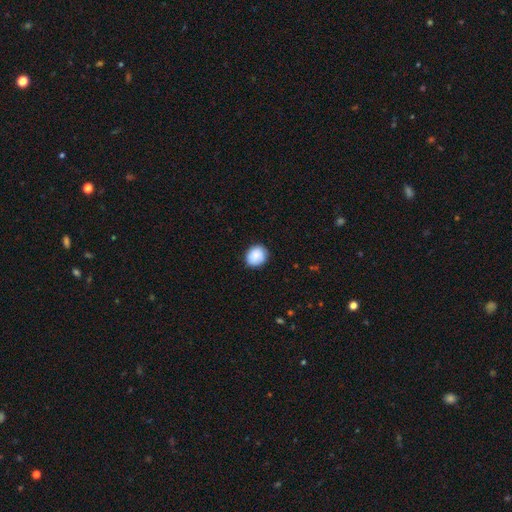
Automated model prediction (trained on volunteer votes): Smooth or featured?
  - smooth: 87% *
  - star or artifact: 7%
  - featured or disk: 5%
How rounded?
  - round: 65% *
  - in between: 34%
  - cigar-shaped: 1%
Merging?
  - none: 84% *
  - minor disturbance: 13%
  - major disturbance: 2%
  - merger: 1%